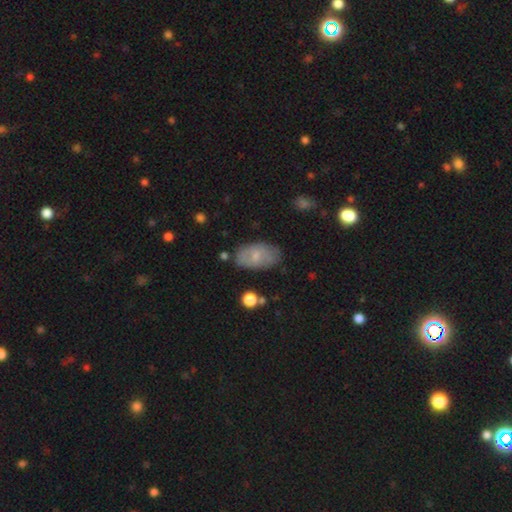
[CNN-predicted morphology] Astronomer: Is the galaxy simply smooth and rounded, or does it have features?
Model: smooth — 63%.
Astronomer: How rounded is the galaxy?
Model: in between — 93%.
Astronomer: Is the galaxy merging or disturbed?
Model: none — 75%.